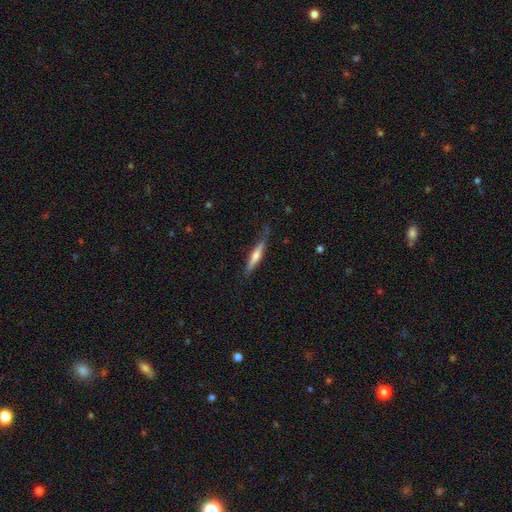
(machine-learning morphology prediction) This appears to be a smooth galaxy with no disk features (54%) that is cigar-shaped (89%). Merging: none (70%).